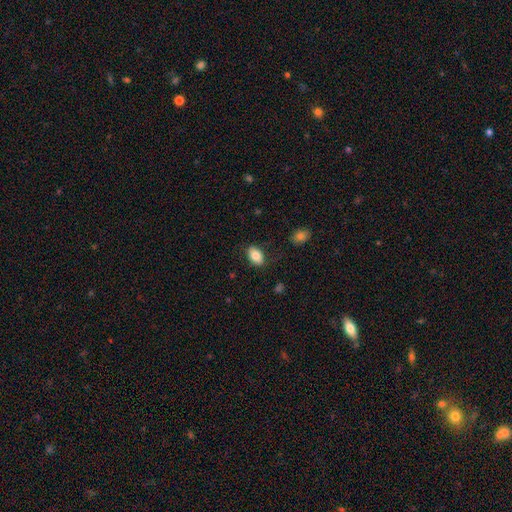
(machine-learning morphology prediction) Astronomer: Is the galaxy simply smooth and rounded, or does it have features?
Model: smooth — 82%.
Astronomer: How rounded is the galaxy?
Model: in between — 89%.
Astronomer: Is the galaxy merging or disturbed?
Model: none — 83%.